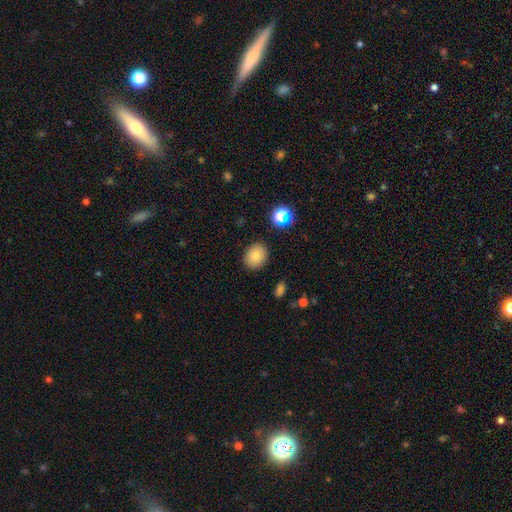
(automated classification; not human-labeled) This is clearly a smooth galaxy (83%). How rounded: possibly round (59%). Merging: clearly none (87%).